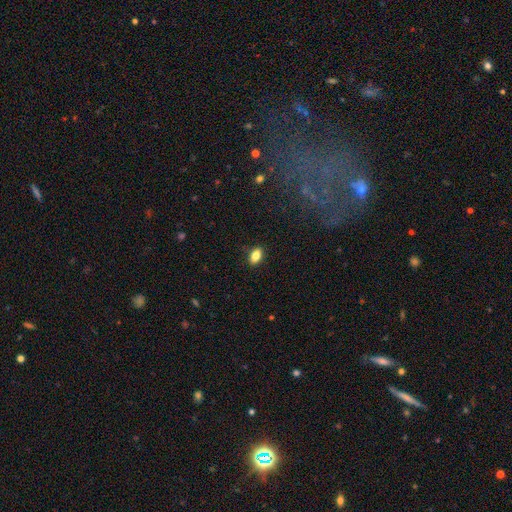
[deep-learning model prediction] Smooth or featured?
  - smooth: 83% *
  - featured or disk: 9%
  - star or artifact: 9%
How rounded?
  - in between: 88% *
  - round: 8%
  - cigar-shaped: 4%
Merging?
  - none: 87% *
  - minor disturbance: 10%
  - major disturbance: 2%
  - merger: 1%